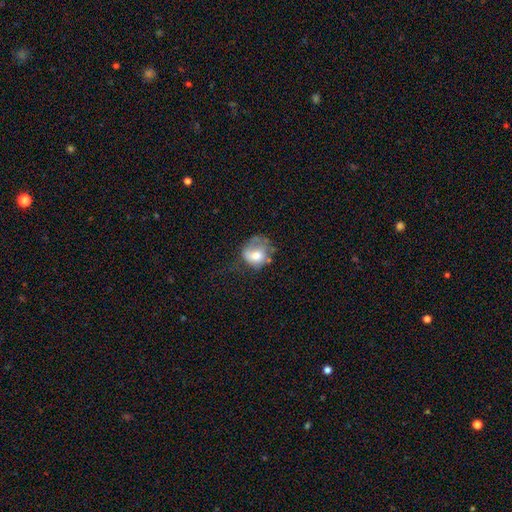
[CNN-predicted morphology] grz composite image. It shows a smooth galaxy with no disk features (63%) that is round (64%). Merging: major disturbance (33%, tied with none).